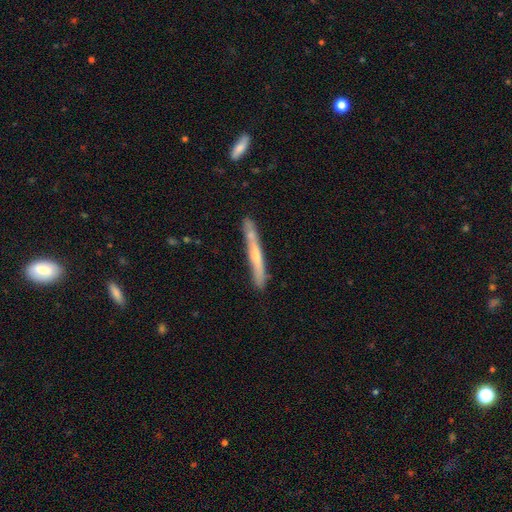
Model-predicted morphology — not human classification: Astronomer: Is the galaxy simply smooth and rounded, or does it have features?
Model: featured or disk — 51% (runner-up: smooth, 43%).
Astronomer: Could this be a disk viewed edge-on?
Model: yes — 92%.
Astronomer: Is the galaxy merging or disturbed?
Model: none — 77%.